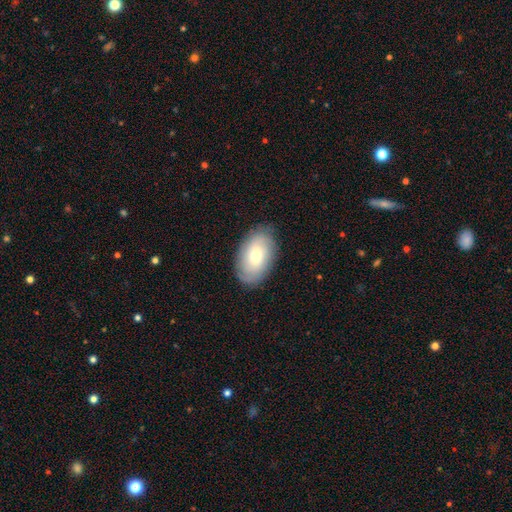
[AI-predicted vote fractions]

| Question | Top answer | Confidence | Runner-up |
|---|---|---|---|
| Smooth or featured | smooth | 55% | featured or disk (37%) |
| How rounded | in between | 90% | round (8%) |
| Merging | none | 84% | minor disturbance (12%) |